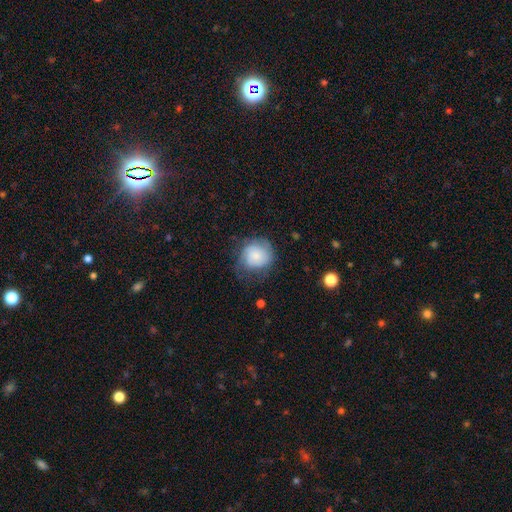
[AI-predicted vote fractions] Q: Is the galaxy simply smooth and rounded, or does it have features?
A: smooth — 64%.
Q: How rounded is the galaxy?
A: round — 83%.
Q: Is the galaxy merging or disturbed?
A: none — 55%.